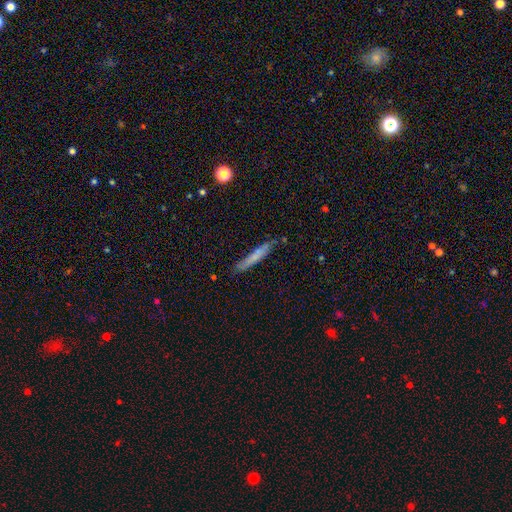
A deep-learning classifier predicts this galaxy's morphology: Overall: smooth (67%). How rounded: cigar-shaped (94%). Merging: none (76%).